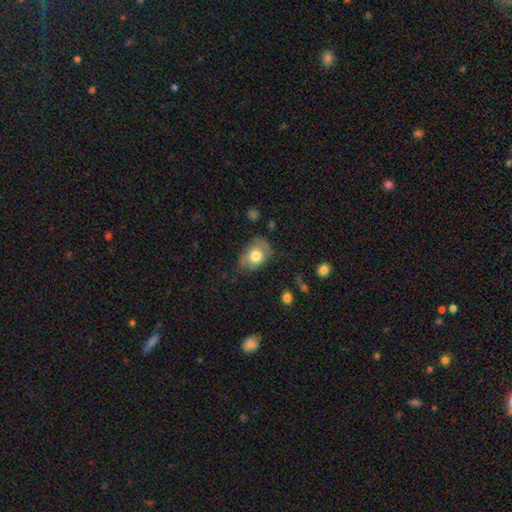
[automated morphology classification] A smooth galaxy with no disk features (73%) that is in between round and cigar-shaped (71%).

Vote fractions:
- Smooth or featured? smooth: 73% / featured or disk: 19% / star or artifact: 8%
- How rounded? in between: 71% / round: 28% / cigar-shaped: 1%
- Merging? none: 50% / minor disturbance: 34% / major disturbance: 14% / merger: 2%